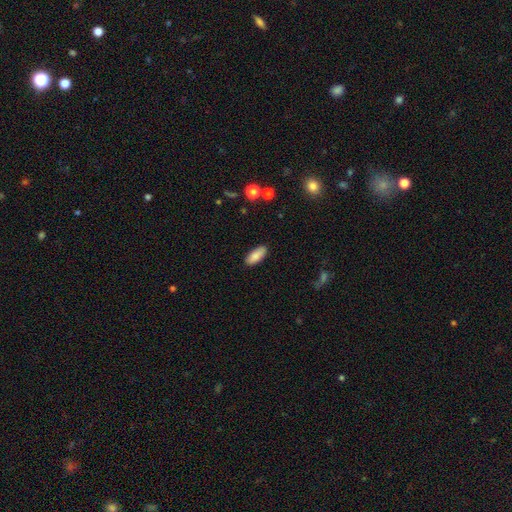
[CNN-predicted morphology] smooth_or_featured: smooth (p=0.87) [alt: star or artifact p=0.07]
how_rounded: in between (p=0.82) [alt: cigar-shaped p=0.16]
merging: none (p=0.88) [alt: minor disturbance p=0.09]